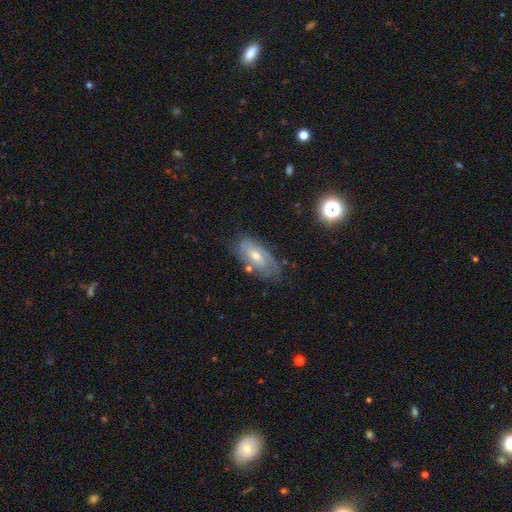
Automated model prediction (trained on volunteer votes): Morphology: type=featured or disk (59%); edge-on=no (87%); bar=no (58%); spiral arms=yes (68%); bulge=moderate (59%); merging=none (69%).